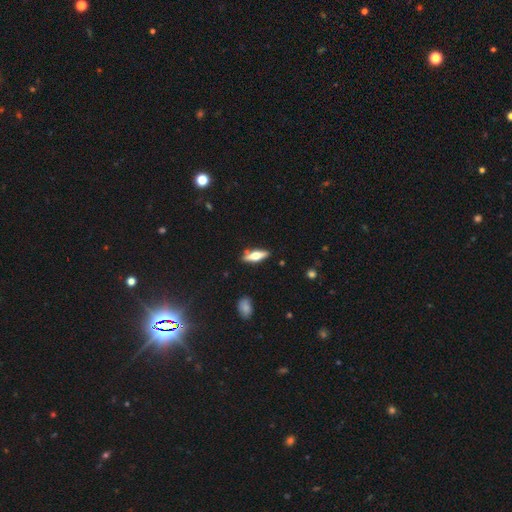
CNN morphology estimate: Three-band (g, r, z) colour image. It shows a featured or disk galaxy (49%). Merging: none (84%).